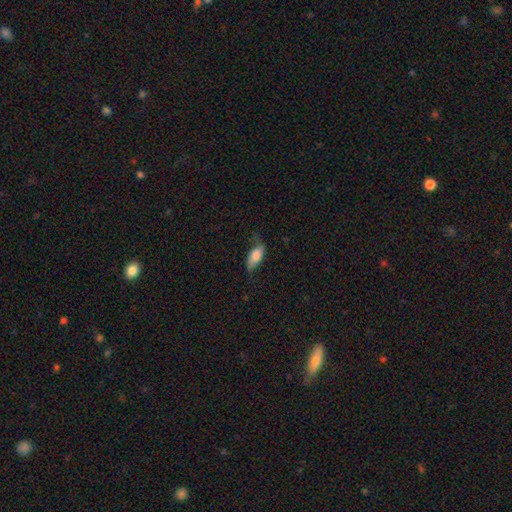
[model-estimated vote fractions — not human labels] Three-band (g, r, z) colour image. It shows a smooth galaxy with no disk features (70%) that is in between round and cigar-shaped (85%). Merging: none (50%).